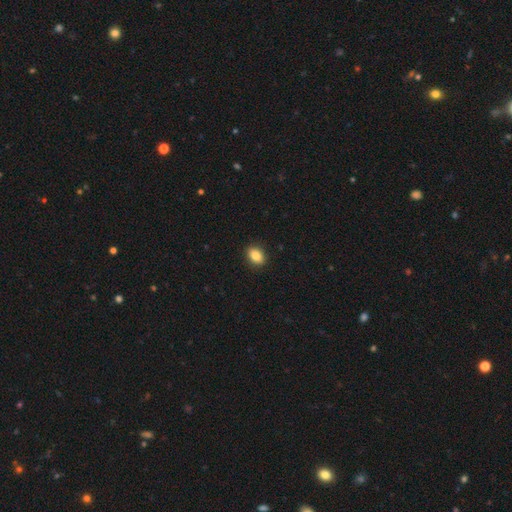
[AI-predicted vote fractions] smooth 87%, star or artifact 8%, featured or disk 5%. Down the decision tree: how rounded — in between (79%); merging — none (90%).